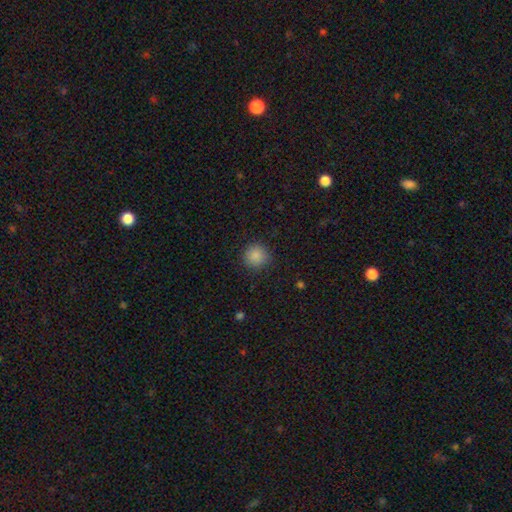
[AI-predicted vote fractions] A smooth galaxy with no disk features (87%) that is round (94%).

Vote fractions:
- Smooth or featured? smooth: 87% / star or artifact: 10% / featured or disk: 3%
- How rounded? round: 94% / in between: 5% / cigar-shaped: 1%
- Merging? none: 90% / minor disturbance: 7% / major disturbance: 2% / merger: 1%